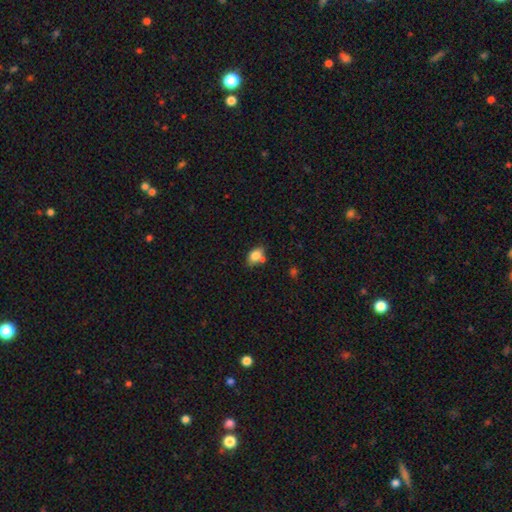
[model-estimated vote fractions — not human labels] smooth-or-featured: smooth: 81% | featured or disk: 10% | star or artifact: 9%
  how-rounded: in between: 79% | round: 19% | cigar-shaped: 2%
  merging: none: 57% | minor disturbance: 19% | merger: 19% | major disturbance: 5%